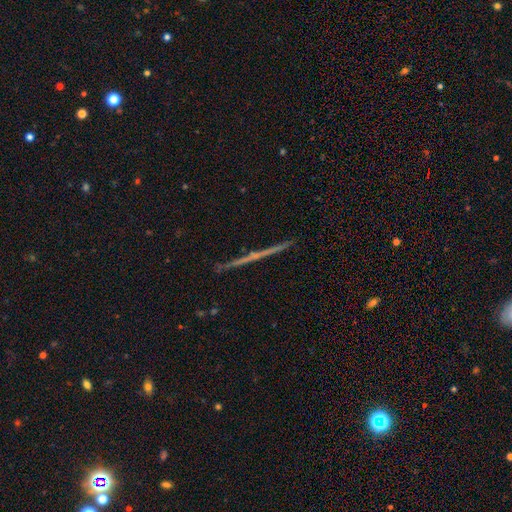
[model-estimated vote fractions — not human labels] Smooth or featured: featured or disk — 70% (smooth — 21%)
Edge-on disk: yes — 98% (no — 2%)
Edge-on bulge: none — 73% (rounded — 21%)
Merging: none — 92% (minor disturbance — 5%)